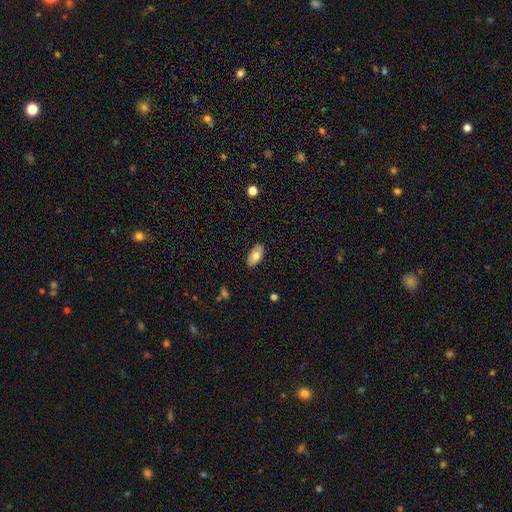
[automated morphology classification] smooth-or-featured: smooth: 74% | featured or disk: 19% | star or artifact: 7%
  how-rounded: in between: 92% | cigar-shaped: 4% | round: 3%
  merging: none: 86% | minor disturbance: 11% | major disturbance: 2% | merger: 1%